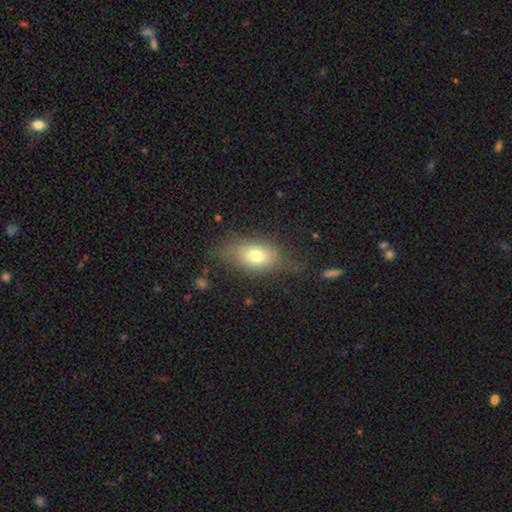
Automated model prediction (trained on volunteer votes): Smooth or featured: smooth — 71% (featured or disk — 19%)
How rounded: in between — 83% (round — 13%)
Merging: none — 56% (minor disturbance — 25%)